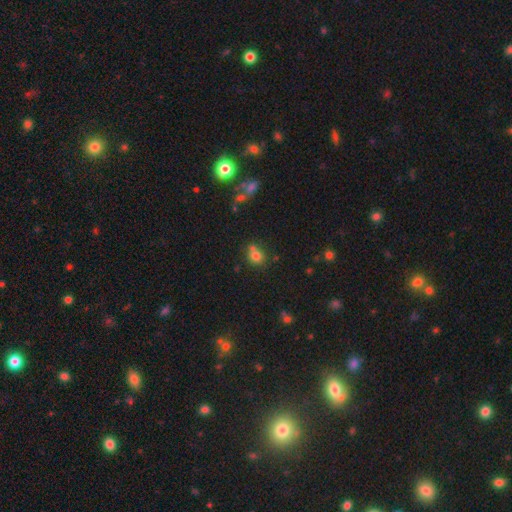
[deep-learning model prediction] Smooth or featured?
  - smooth: 76% *
  - star or artifact: 13%
  - featured or disk: 11%
How rounded?
  - round: 68% *
  - in between: 31%
  - cigar-shaped: 1%
Merging?
  - none: 50% *
  - merger: 32%
  - minor disturbance: 14%
  - major disturbance: 5%